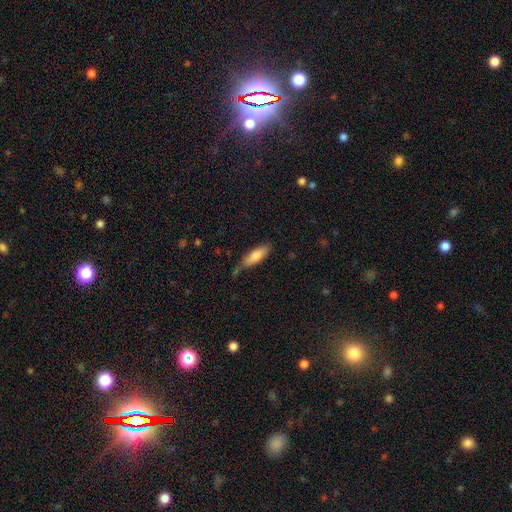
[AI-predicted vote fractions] A smooth galaxy with no disk features (78%) that is in between round and cigar-shaped (53%). Merging: none (63%).